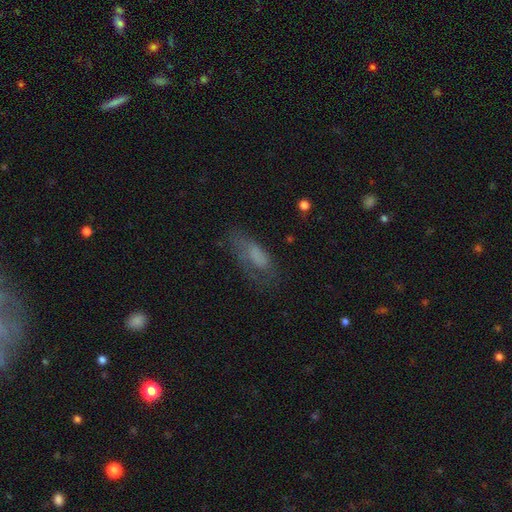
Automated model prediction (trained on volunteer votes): A smooth galaxy with no disk features (57%) that is in between round and cigar-shaped (75%). Merging: none (45%).